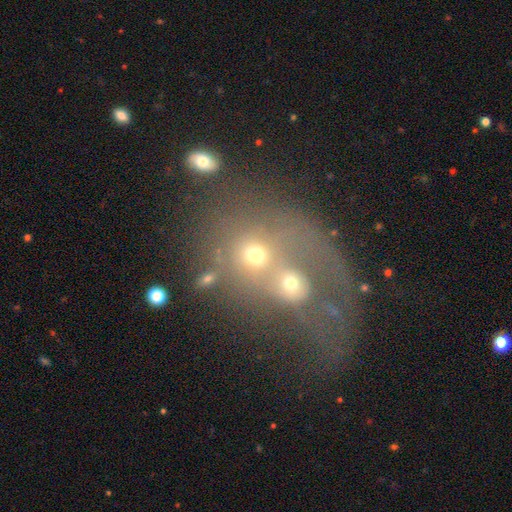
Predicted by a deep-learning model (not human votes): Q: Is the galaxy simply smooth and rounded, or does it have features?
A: smooth — 54%.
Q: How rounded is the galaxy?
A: round — 66%.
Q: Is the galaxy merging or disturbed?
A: merger — 70%.